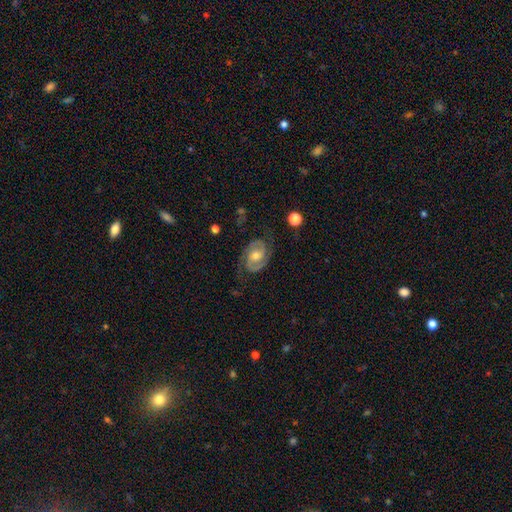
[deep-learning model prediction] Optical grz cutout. It shows a featured or disk galaxy (89%) with no bar (55%), 2 (92%) tight (51%) spiral arms (98%) and a moderate central bulge (67%). Merging: none (80%).